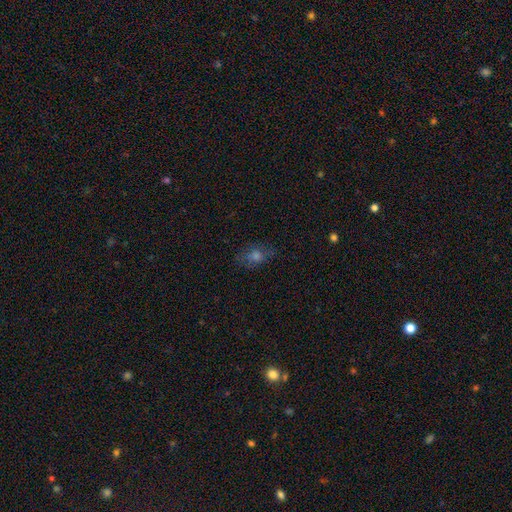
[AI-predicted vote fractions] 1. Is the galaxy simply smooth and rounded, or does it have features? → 53% smooth, 24% featured or disk, 23% star or artifact.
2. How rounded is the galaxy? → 68% in between, 27% round, 4% cigar-shaped.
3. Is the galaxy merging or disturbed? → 76% none, 17% minor disturbance, 6% major disturbance, 1% merger.